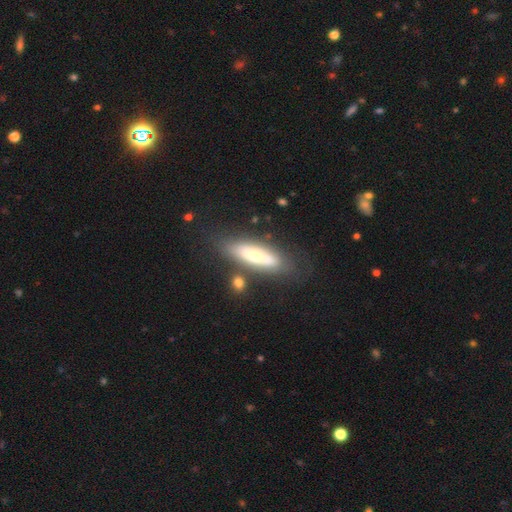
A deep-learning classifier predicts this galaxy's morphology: type=smooth (53%); roundness=cigar-shaped (52%); merging=none (71%).